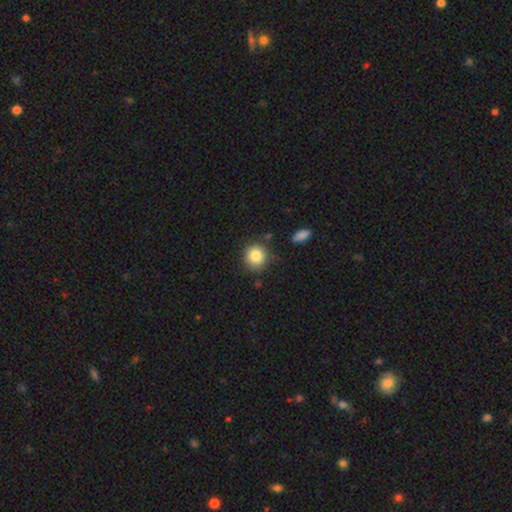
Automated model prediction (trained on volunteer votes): Smooth or featured: smooth — 84% (star or artifact — 9%)
How rounded: round — 89% (in between — 10%)
Merging: none — 80% (minor disturbance — 12%)